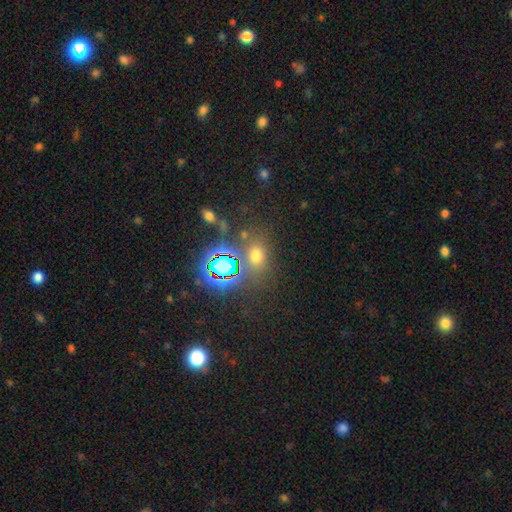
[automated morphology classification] Q: Smooth or featured?
A: smooth (58%); runner-up: star or artifact (33%)
Q: How rounded?
A: in between (55%); runner-up: round (43%)
Q: Merging?
A: none (75%); runner-up: minor disturbance (12%)